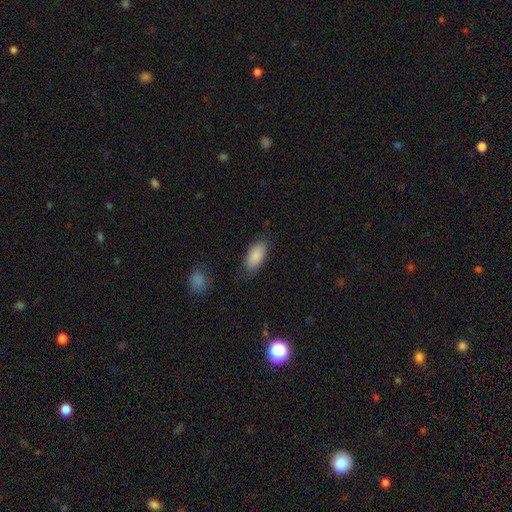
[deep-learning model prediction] A smooth galaxy with no disk features (88%) that is in between round and cigar-shaped (92%). Merging: none (82%).